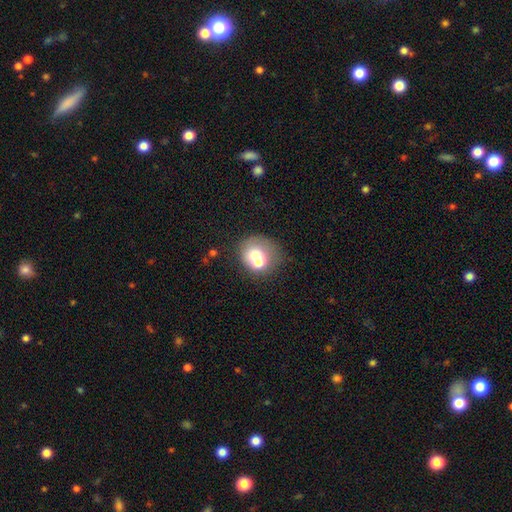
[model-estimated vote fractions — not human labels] smooth 64%, featured or disk 26%, star or artifact 10%. Down the decision tree: how rounded — round (77%); merging — merger (50%).